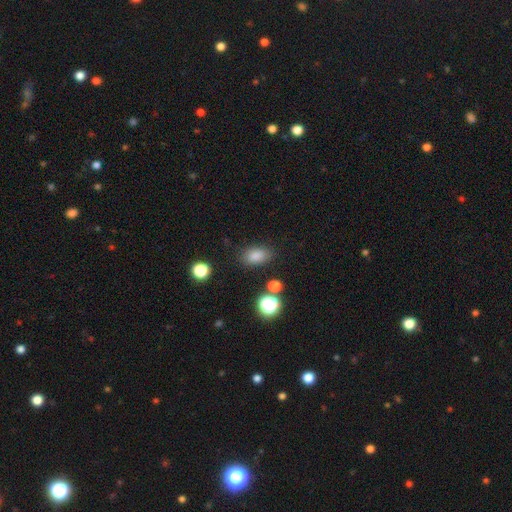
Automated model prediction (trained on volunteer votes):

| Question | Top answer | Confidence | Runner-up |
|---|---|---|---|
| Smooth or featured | smooth | 78% | star or artifact (16%) |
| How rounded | in between | 82% | round (16%) |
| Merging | none | 83% | minor disturbance (10%) |